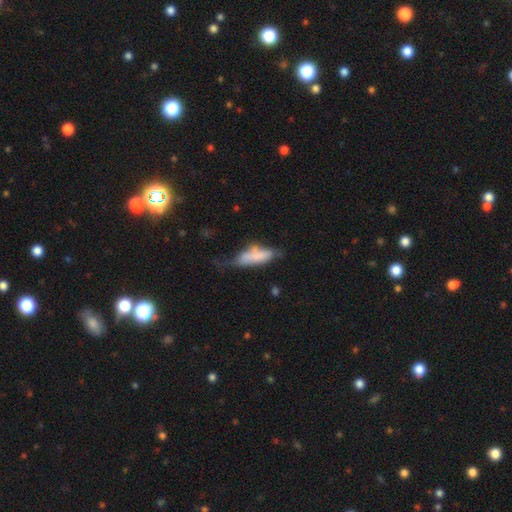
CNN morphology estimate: This appears to be a smooth galaxy with no disk features (67%) that is in between round and cigar-shaped (59%). Merging: minor disturbance (34%).